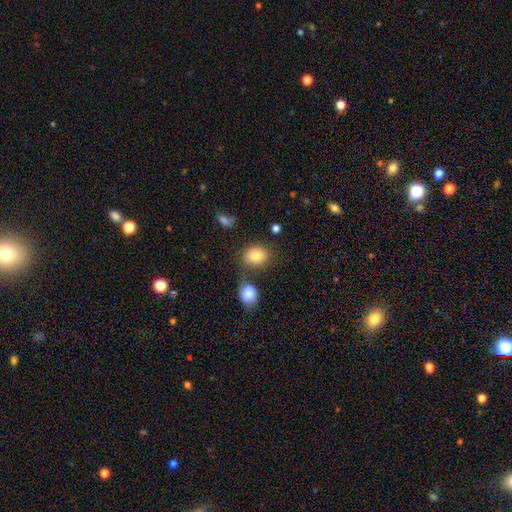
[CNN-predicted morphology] Smooth or featured? Predicted: smooth (p=0.84). How rounded? Predicted: in between (p=0.51). Merging? Predicted: none (p=0.60).